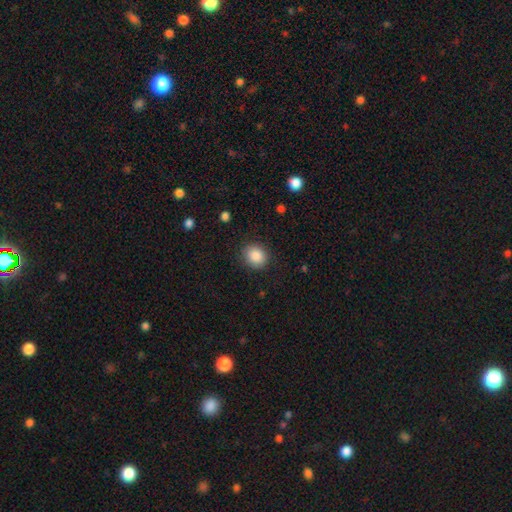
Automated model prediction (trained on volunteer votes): Smooth or featured: smooth — 88% (star or artifact — 8%)
How rounded: round — 75% (in between — 24%)
Merging: none — 87% (minor disturbance — 9%)